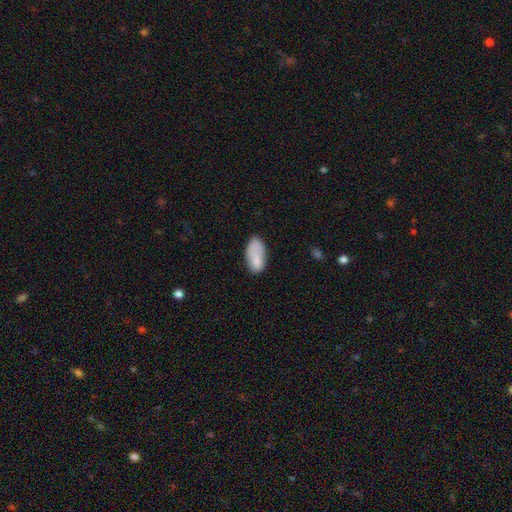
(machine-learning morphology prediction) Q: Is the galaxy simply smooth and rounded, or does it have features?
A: smooth — 79%.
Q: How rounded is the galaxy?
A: in between — 94%.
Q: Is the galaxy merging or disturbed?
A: none — 60%.